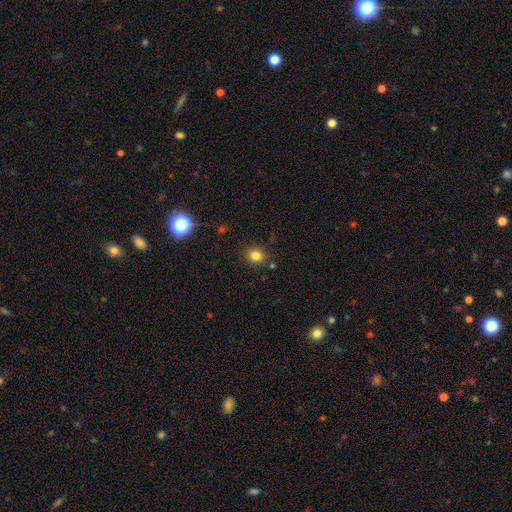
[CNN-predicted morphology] The model was most divided on "how rounded": round: 73%, in between: 26%, cigar-shaped: 1%. More confident: merging — none (84%); smooth or featured — smooth (81%).